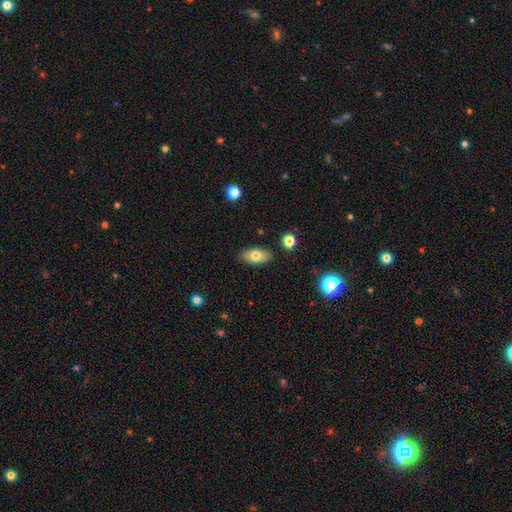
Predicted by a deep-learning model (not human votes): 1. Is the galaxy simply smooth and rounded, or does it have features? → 75% smooth, 17% featured or disk, 7% star or artifact.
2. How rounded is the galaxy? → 91% in between, 5% cigar-shaped, 5% round.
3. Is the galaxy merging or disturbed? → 86% none, 10% minor disturbance, 2% major disturbance, 2% merger.